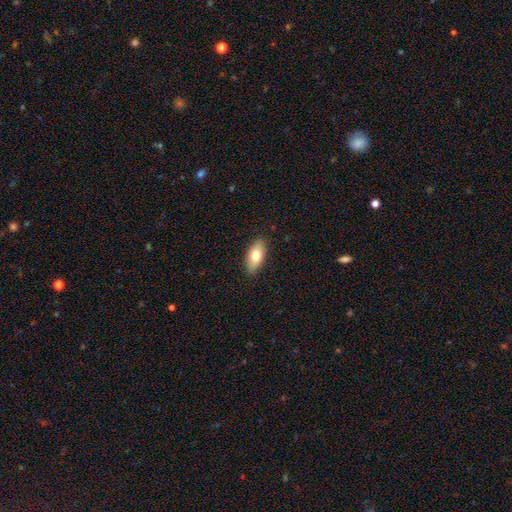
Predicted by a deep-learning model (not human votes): Smooth or featured: smooth — 74% (featured or disk — 19%)
How rounded: in between — 87% (cigar-shaped — 10%)
Merging: none — 88% (minor disturbance — 9%)